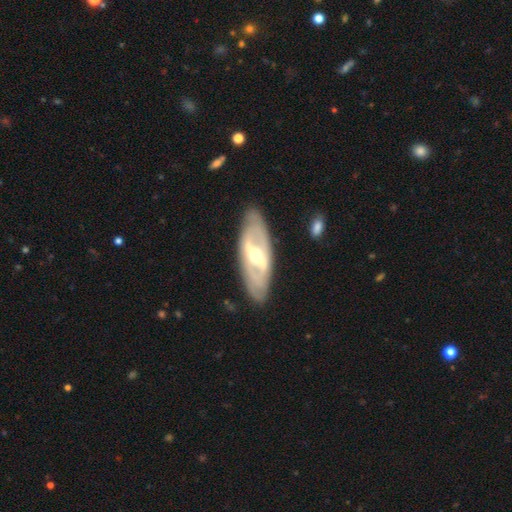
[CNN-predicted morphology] A featured or disk galaxy (78%) with a strong bar (52%), spiral arms (58%) and a moderate central bulge (68%). Merging: none (82%).